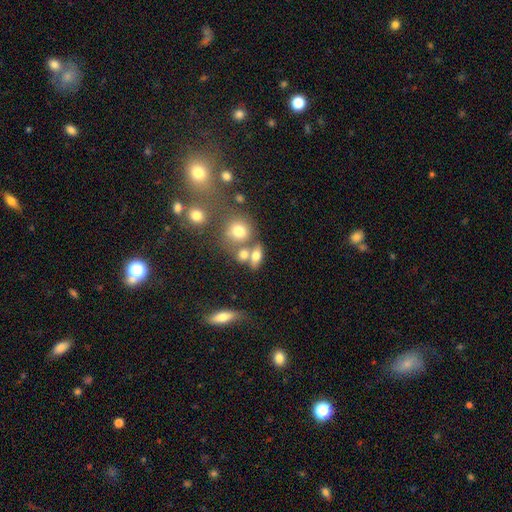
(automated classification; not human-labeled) A smooth galaxy with no disk features (67%) that is in between round and cigar-shaped (67%). Merging: none (50%).